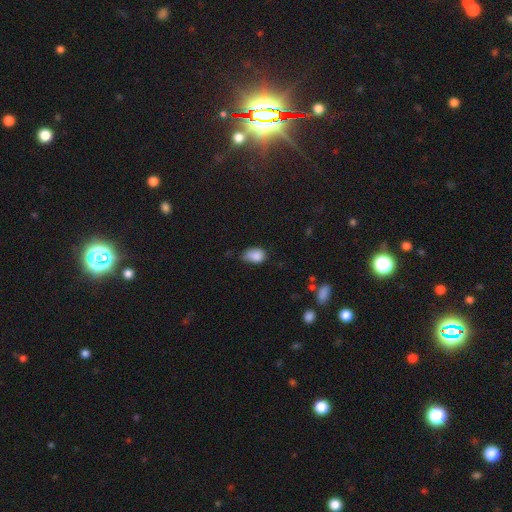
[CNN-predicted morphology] type=smooth (85%); roundness=in between (77%); merging=none (46%).